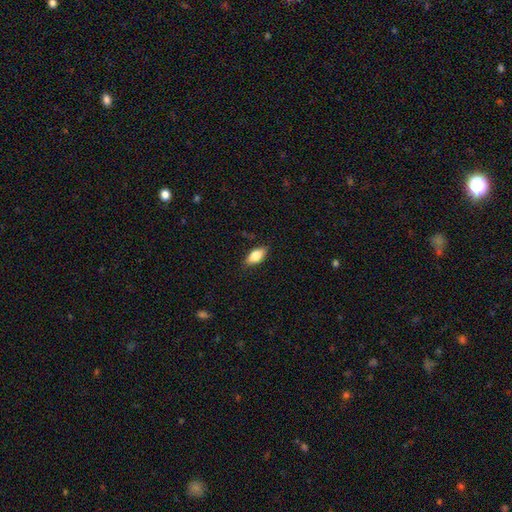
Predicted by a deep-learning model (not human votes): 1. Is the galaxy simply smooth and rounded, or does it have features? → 77% smooth, 16% featured or disk, 7% star or artifact.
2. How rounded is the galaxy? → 86% in between, 10% cigar-shaped, 4% round.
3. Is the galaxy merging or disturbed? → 84% none, 12% minor disturbance, 2% major disturbance, 1% merger.